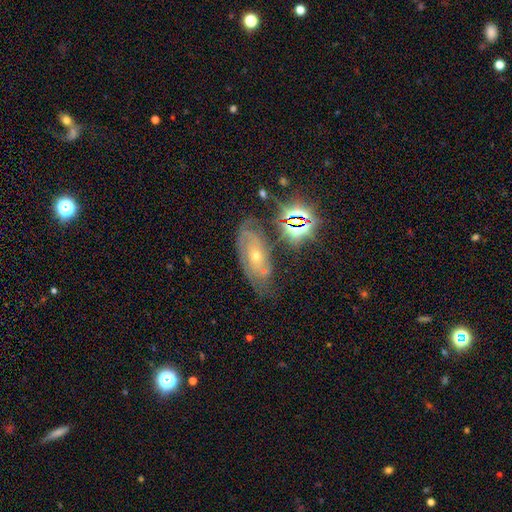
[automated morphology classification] Smooth or featured?
  - featured or disk: 65% *
  - star or artifact: 21%
  - smooth: 14%
Edge-on disk?
  - no: 89% *
  - yes: 11%
Bar?
  - no: 74% *
  - weak: 20%
  - strong: 7%
Spiral arms?
  - yes: 83% *
  - no: 17%
Bulge size?
  - small: 57% *
  - moderate: 40%
  - large: 1%
  - none: 1%
  - dominant: 1%
Merging?
  - none: 64% *
  - minor disturbance: 23%
  - major disturbance: 9%
  - merger: 5%